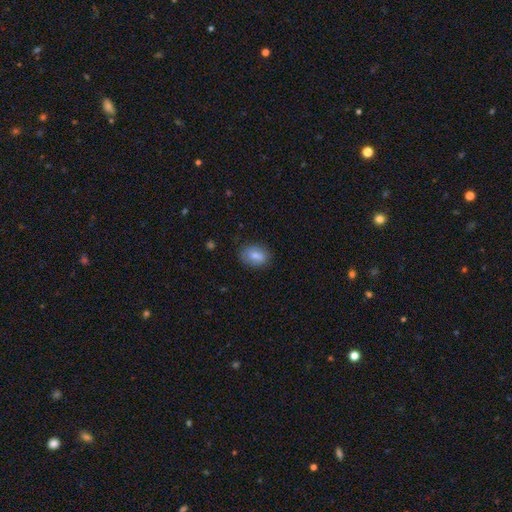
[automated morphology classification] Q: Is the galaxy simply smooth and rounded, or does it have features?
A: smooth — 78%.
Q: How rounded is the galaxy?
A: in between — 77%.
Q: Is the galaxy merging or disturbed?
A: none — 78%.